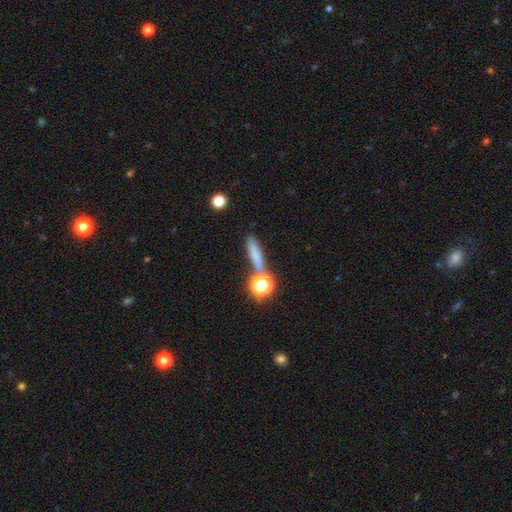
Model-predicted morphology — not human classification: Smooth or featured: smooth — 69% (star or artifact — 16%)
How rounded: cigar-shaped — 66% (in between — 21%)
Merging: none — 69% (merger — 13%)